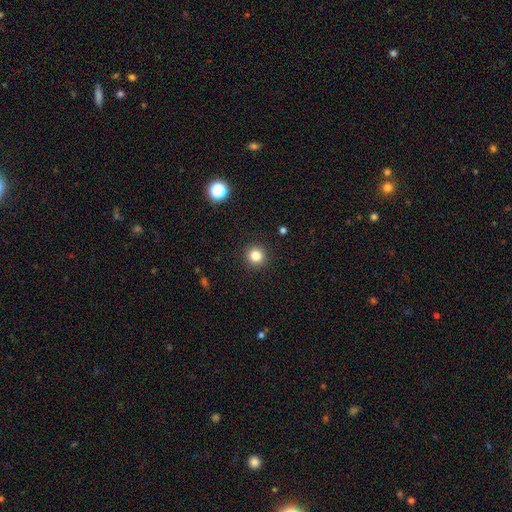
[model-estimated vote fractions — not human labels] smooth_or_featured: smooth (p=0.83) [alt: star or artifact p=0.12]
how_rounded: round (p=0.94) [alt: in between p=0.06]
merging: none (p=0.92) [alt: minor disturbance p=0.05]